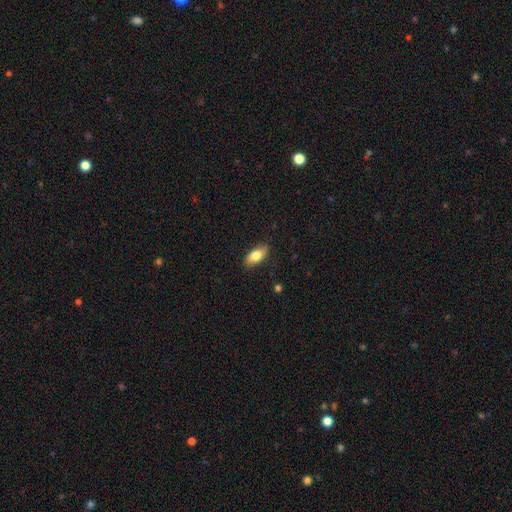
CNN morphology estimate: smooth 80%, featured or disk 14%, star or artifact 7%. Down the decision tree: how rounded — in between (87%); merging — none (86%).